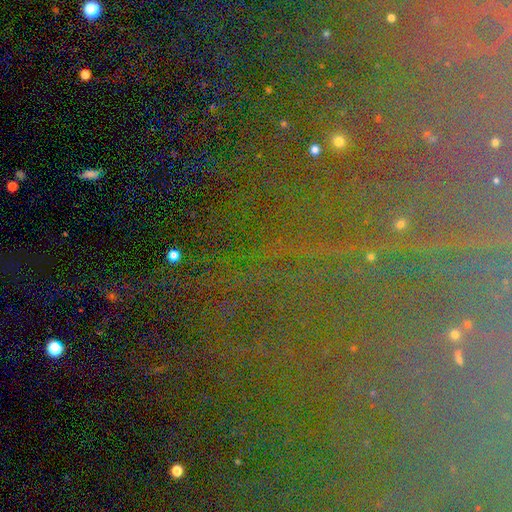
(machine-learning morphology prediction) This is clearly a star or artifact rather than a galaxy (83%).